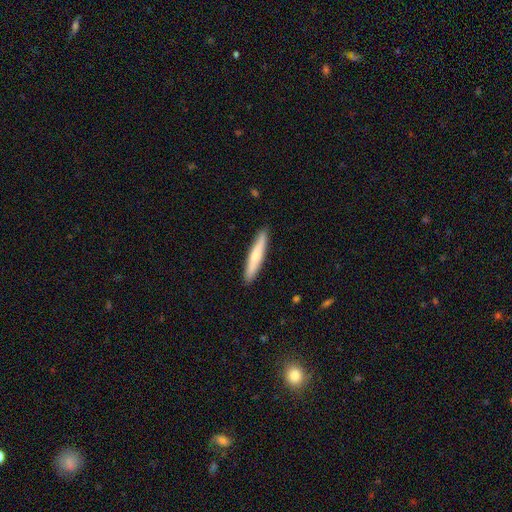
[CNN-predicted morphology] The model was most divided on "smooth or featured": smooth: 60%, featured or disk: 35%, star or artifact: 5%. More confident: how rounded — cigar-shaped (92%); merging — none (90%).